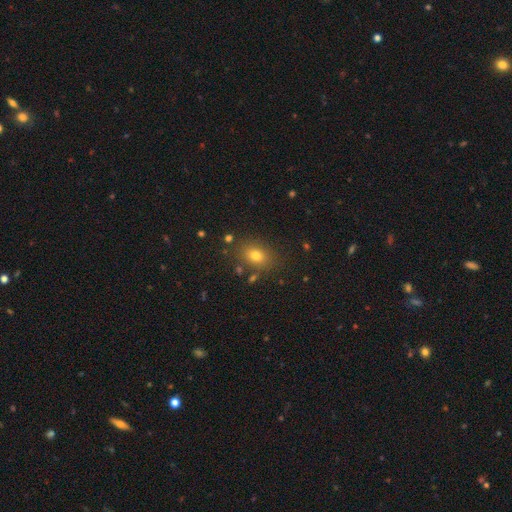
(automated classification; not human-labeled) Smooth or featured?
  - smooth: 74% *
  - star or artifact: 15%
  - featured or disk: 11%
How rounded?
  - in between: 69% *
  - round: 29%
  - cigar-shaped: 2%
Merging?
  - none: 82% *
  - minor disturbance: 11%
  - merger: 4%
  - major disturbance: 4%